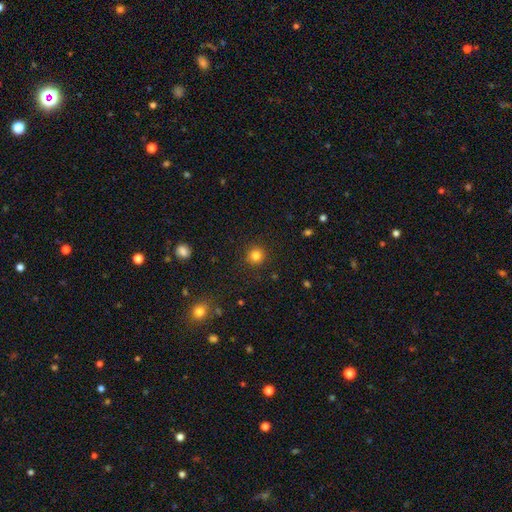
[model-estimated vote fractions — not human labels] smooth-or-featured: smooth: 82% | star or artifact: 13% | featured or disk: 5%
  how-rounded: round: 94% | in between: 5% | cigar-shaped: 1%
  merging: none: 91% | minor disturbance: 5% | major disturbance: 2% | merger: 1%